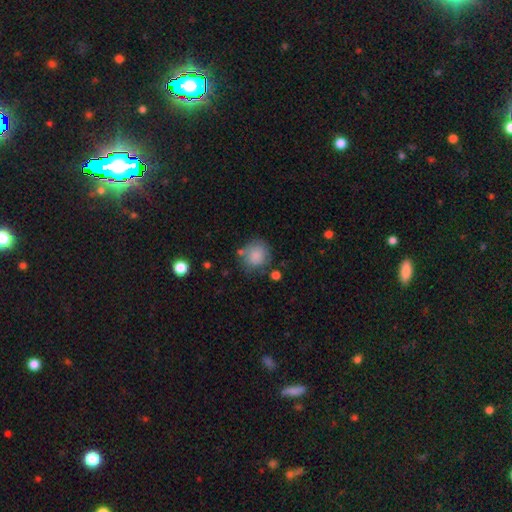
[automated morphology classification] type=smooth (82%); roundness=round (83%); merging=none (64%).